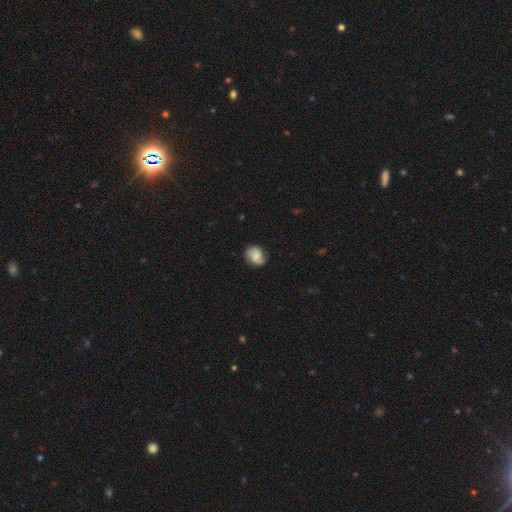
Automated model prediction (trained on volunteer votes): A smooth galaxy with no disk features (55%) that is round (55%).

Vote fractions:
- Smooth or featured? smooth: 55% / featured or disk: 36% / star or artifact: 9%
- How rounded? round: 55% / in between: 44% / cigar-shaped: 1%
- Merging? none: 70% / minor disturbance: 23% / major disturbance: 6% / merger: 1%